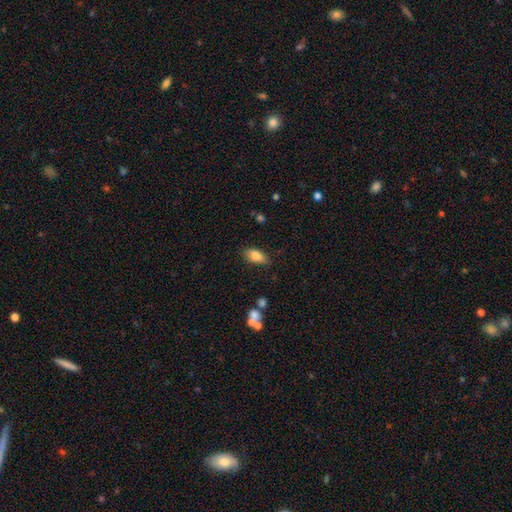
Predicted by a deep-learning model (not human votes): smooth 81%, featured or disk 11%, star or artifact 8%. Down the decision tree: how rounded — in between (88%); merging — none (79%).